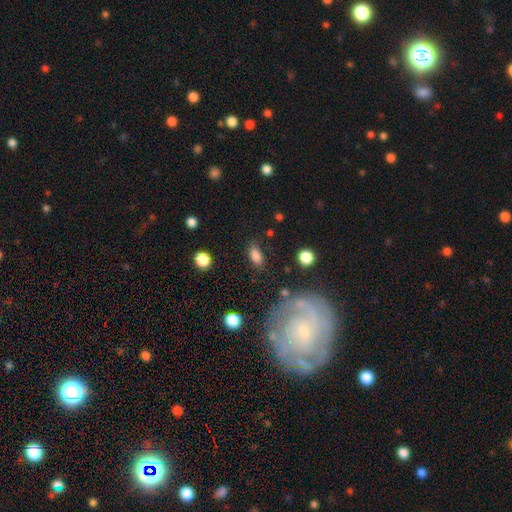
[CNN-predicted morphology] Smooth or featured?
  - smooth: 82% *
  - star or artifact: 9%
  - featured or disk: 8%
How rounded?
  - in between: 87% *
  - cigar-shaped: 7%
  - round: 6%
Merging?
  - none: 80% *
  - minor disturbance: 12%
  - major disturbance: 4%
  - merger: 3%